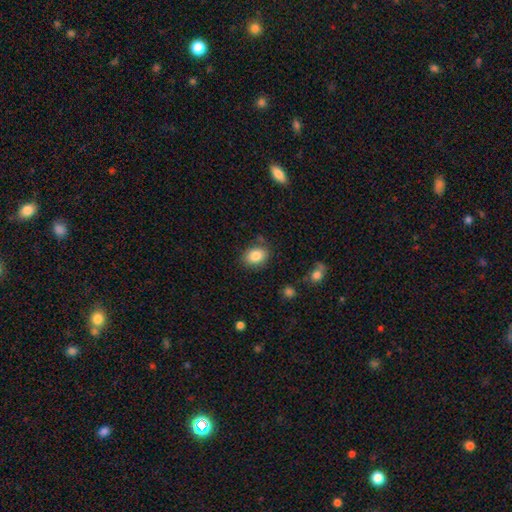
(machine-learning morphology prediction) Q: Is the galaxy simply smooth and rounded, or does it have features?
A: smooth — 85%.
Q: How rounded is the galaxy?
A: in between — 68%.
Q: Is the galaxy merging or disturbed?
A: none — 80%.